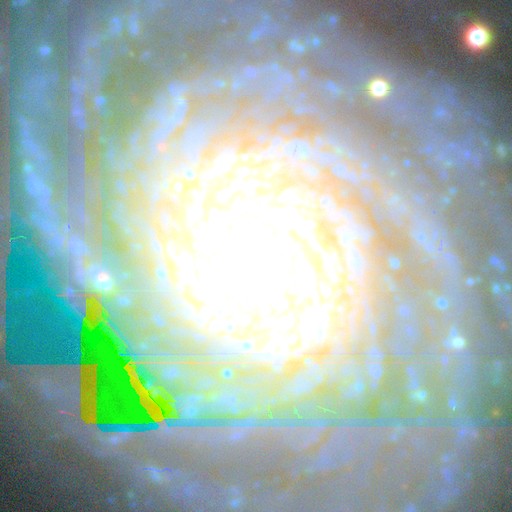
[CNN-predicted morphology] smooth-or-featured: featured or disk: 89% | star or artifact: 6% | smooth: 4%
  disk-edge-on: no: 97% | yes: 3%
    bar: no: 65% | weak: 21% | strong: 14%
    has-spiral-arms: yes: 98% | no: 2%
      spiral-winding: tight: 78% | medium: 16% | loose: 6%
      spiral-arm-count: more than 4: 24% | can't tell: 20% | 4: 16% | 2: 15% | 3: 14% | 1: 11%
    bulge-size: moderate: 48% | small: 28% | large: 18% | none: 3% | dominant: 3%
  merging: none: 71% | minor disturbance: 15% | major disturbance: 10% | merger: 3%